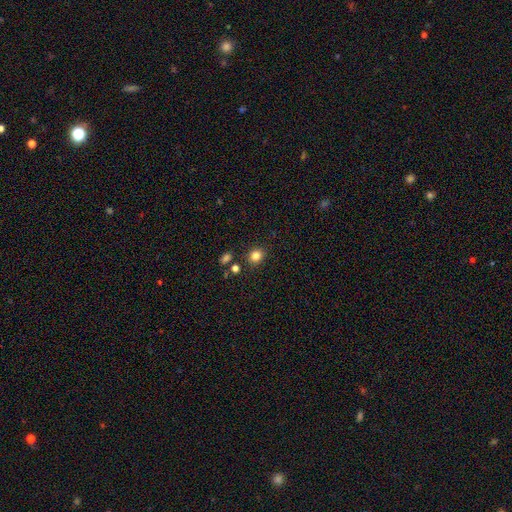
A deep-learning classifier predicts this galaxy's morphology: Overall: smooth (82%). How rounded: round (76%). Merging: none (85%).